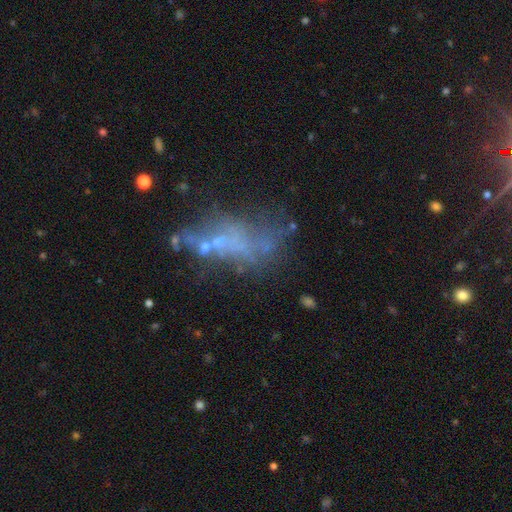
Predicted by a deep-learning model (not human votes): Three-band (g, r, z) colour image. It shows a featured or disk galaxy (48%). Merging: none (38%).